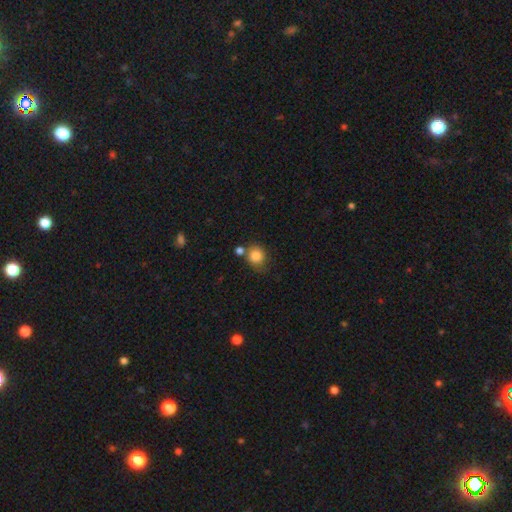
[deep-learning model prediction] smooth_or_featured: smooth (p=0.85) [alt: star or artifact p=0.09]
how_rounded: round (p=0.81) [alt: in between p=0.18]
merging: none (p=0.60) [alt: merger p=0.18]